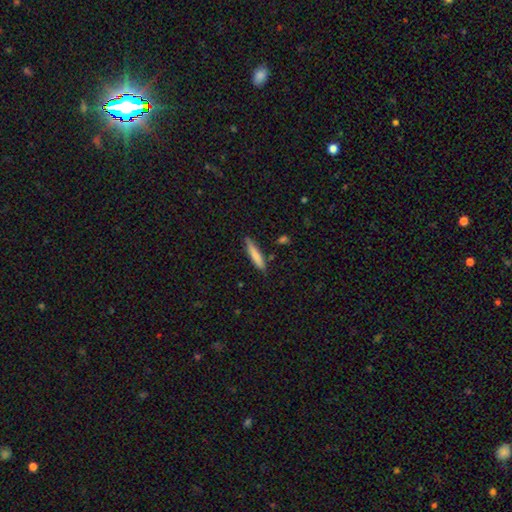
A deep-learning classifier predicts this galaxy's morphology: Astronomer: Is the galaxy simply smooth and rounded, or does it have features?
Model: smooth — 79%.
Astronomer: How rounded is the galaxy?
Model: cigar-shaped — 89%.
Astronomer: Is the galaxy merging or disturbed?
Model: none — 83%.